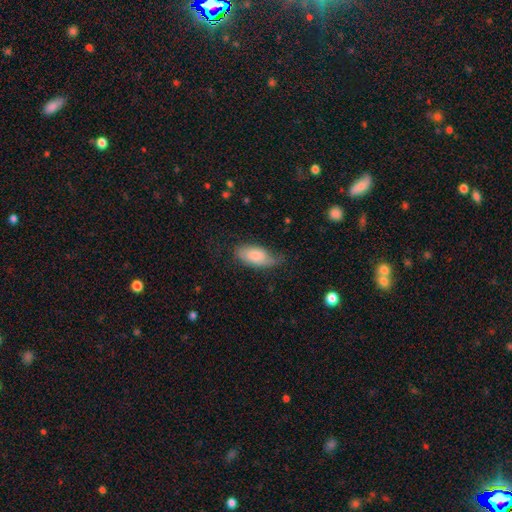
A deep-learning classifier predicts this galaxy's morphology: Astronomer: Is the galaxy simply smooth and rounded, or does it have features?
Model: smooth — 75%.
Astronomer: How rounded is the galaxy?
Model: in between — 92%.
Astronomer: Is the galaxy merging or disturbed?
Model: none — 51% (runner-up: minor disturbance, 35%).